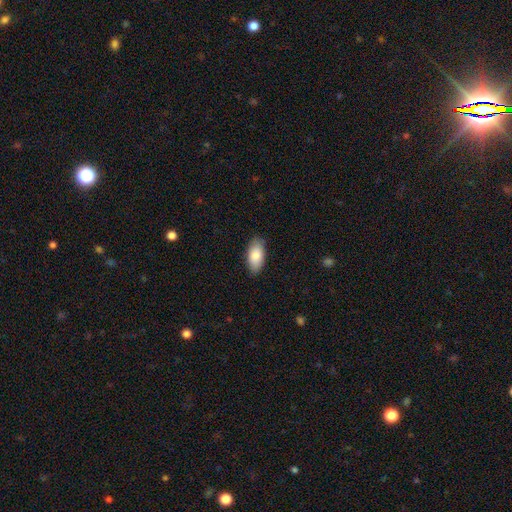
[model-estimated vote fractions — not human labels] Smooth or featured: smooth — 85% (featured or disk — 9%)
How rounded: in between — 93% (cigar-shaped — 4%)
Merging: none — 85% (minor disturbance — 12%)